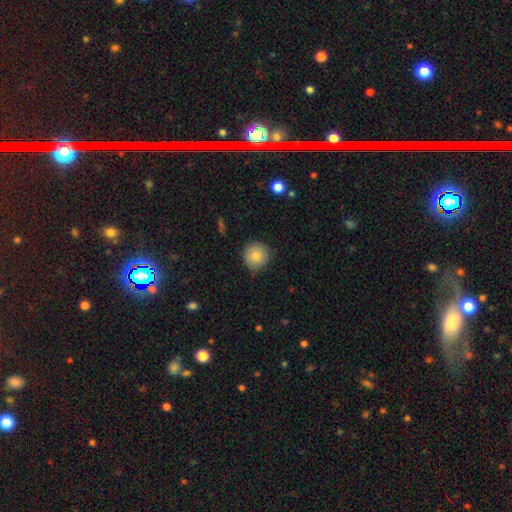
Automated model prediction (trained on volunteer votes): smooth-or-featured: smooth: 80% | featured or disk: 11% | star or artifact: 9%
  how-rounded: round: 94% | in between: 5% | cigar-shaped: 1%
  merging: none: 76% | minor disturbance: 19% | major disturbance: 3% | merger: 1%